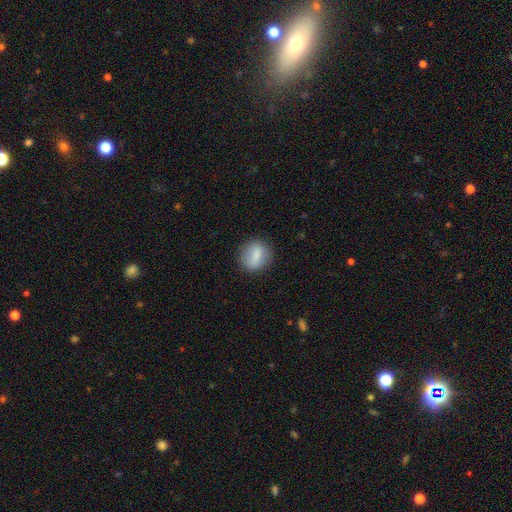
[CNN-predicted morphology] The model was most divided on "how rounded": round: 68%, in between: 30%, cigar-shaped: 2%. More confident: merging — none (83%); smooth or featured — smooth (77%).